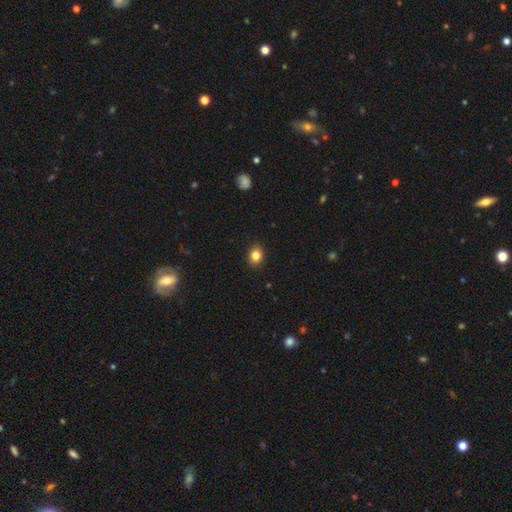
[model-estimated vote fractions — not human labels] A smooth galaxy with no disk features (84%) that is round (55%).

Vote fractions:
- Smooth or featured? smooth: 84% / star or artifact: 11% / featured or disk: 6%
- How rounded? round: 55% / in between: 44% / cigar-shaped: 1%
- Merging? none: 90% / minor disturbance: 7% / major disturbance: 2% / merger: 1%